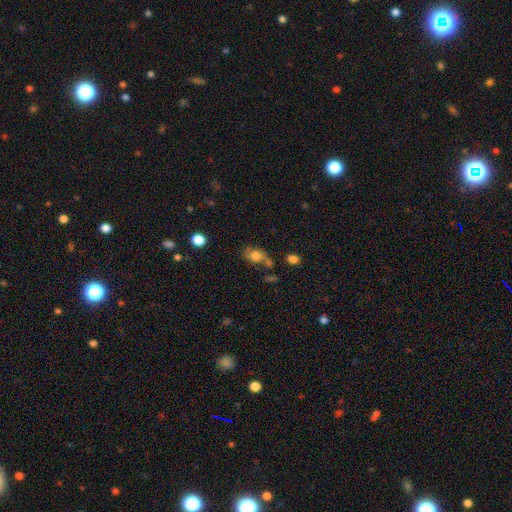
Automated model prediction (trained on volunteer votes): Smooth or featured: smooth — 63% (featured or disk — 26%)
How rounded: in between — 68% (round — 30%)
Merging: none — 43% (minor disturbance — 23%)